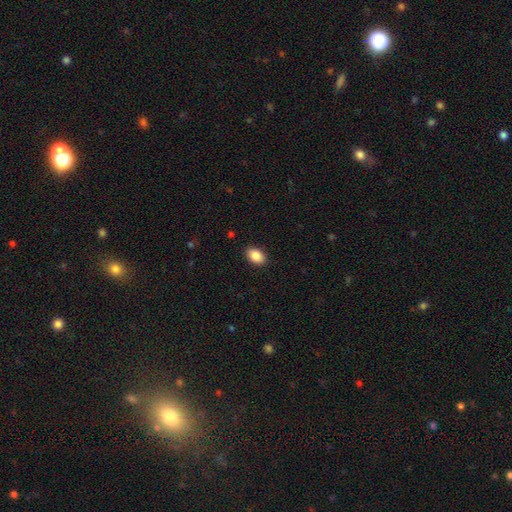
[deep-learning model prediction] This is clearly a smooth galaxy (87%). How rounded: clearly in between (90%). Merging: clearly none (89%).